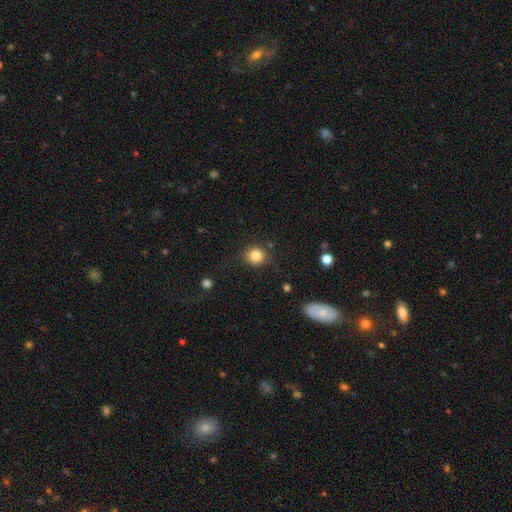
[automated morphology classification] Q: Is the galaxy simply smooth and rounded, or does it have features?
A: smooth — 83%.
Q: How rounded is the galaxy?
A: round — 85%.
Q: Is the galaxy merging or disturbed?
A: none — 85%.